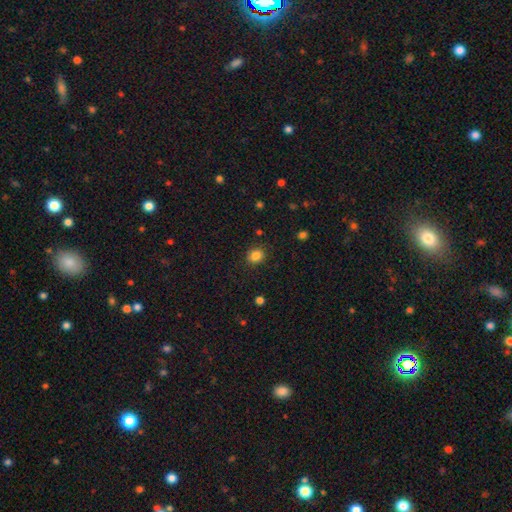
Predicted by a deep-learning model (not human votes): smooth 85%, star or artifact 11%, featured or disk 4%. Down the decision tree: how rounded — round (71%); merging — none (87%).